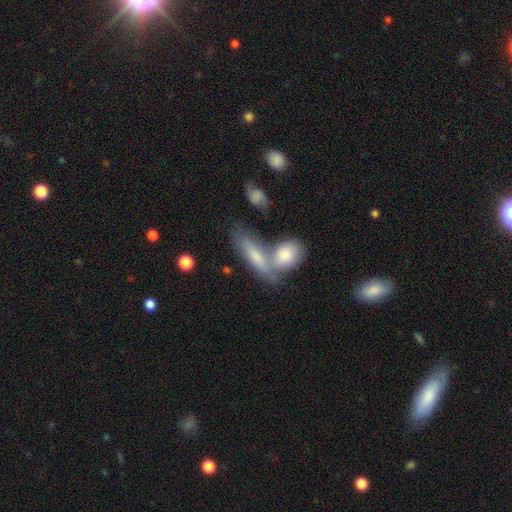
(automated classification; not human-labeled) Smooth or featured?
  - smooth: 68% *
  - featured or disk: 25%
  - star or artifact: 7%
How rounded?
  - in between: 57% *
  - cigar-shaped: 37%
  - round: 6%
Merging?
  - merger: 50% *
  - none: 32%
  - minor disturbance: 12%
  - major disturbance: 6%